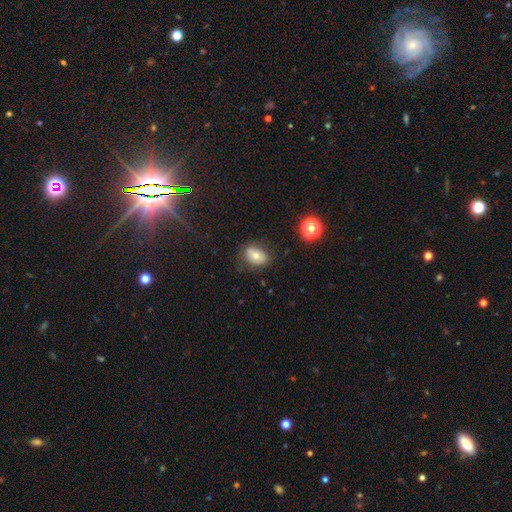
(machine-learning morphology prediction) Overall: smooth (67%). How rounded: in between (75%). Merging: none (74%).